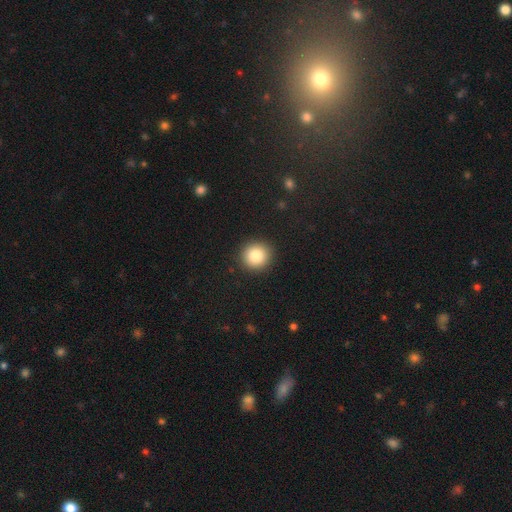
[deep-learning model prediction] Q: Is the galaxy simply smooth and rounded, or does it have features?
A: smooth — 85%.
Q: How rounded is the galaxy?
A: round — 92%.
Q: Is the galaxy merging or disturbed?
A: none — 92%.